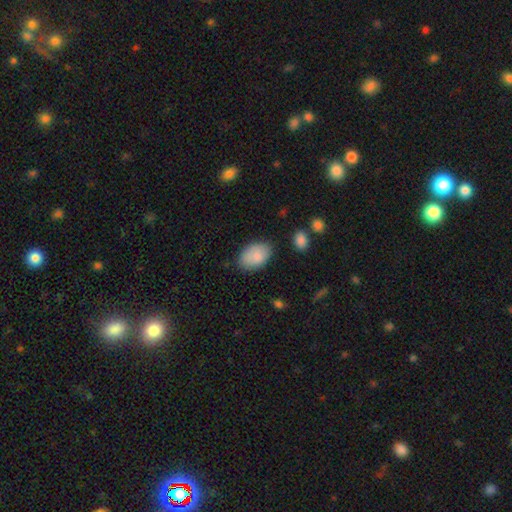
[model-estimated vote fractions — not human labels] smooth_or_featured: smooth (p=0.87) [alt: featured or disk p=0.07]
how_rounded: in between (p=0.91) [alt: round p=0.08]
merging: none (p=0.80) [alt: minor disturbance p=0.14]